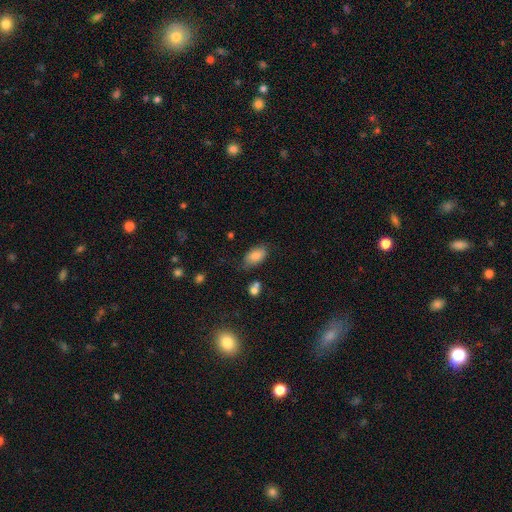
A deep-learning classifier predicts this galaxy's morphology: A smooth galaxy with no disk features (83%) that is in between round and cigar-shaped (92%). Merging: none (67%).